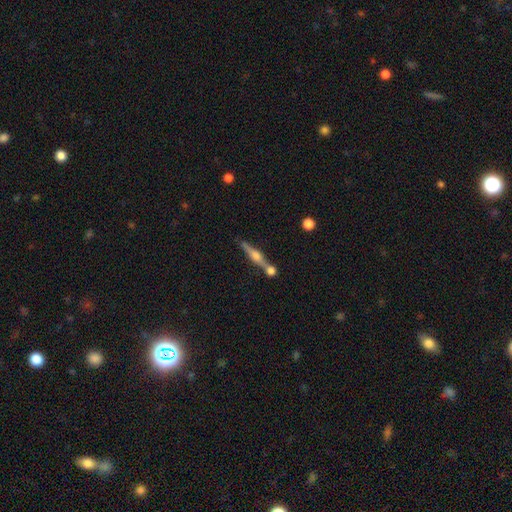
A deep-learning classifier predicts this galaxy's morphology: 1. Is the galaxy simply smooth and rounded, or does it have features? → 73% featured or disk, 20% smooth, 7% star or artifact.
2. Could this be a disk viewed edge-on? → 97% yes, 3% no.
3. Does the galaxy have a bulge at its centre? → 91% rounded, 6% boxy, 3% none.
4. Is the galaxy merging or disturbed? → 69% none, 19% merger, 10% minor disturbance, 3% major disturbance.